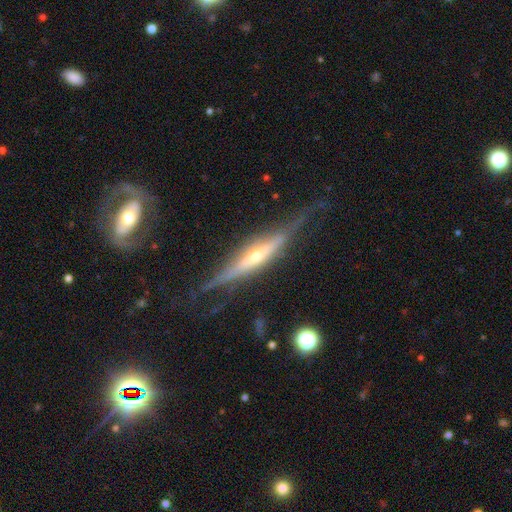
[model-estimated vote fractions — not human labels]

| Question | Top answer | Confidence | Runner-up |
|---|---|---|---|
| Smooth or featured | featured or disk | 83% | smooth (11%) |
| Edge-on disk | yes | 92% | no (8%) |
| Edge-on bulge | rounded | 76% | none (13%) |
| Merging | none | 68% | minor disturbance (20%) |